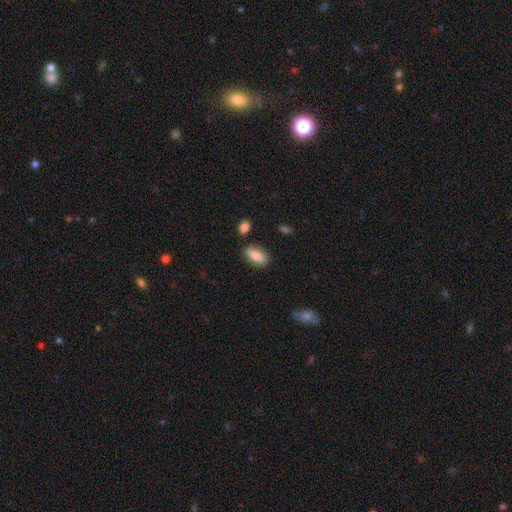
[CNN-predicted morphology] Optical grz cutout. It shows a smooth galaxy with no disk features (77%) that is in between round and cigar-shaped (81%). Merging: none (81%).